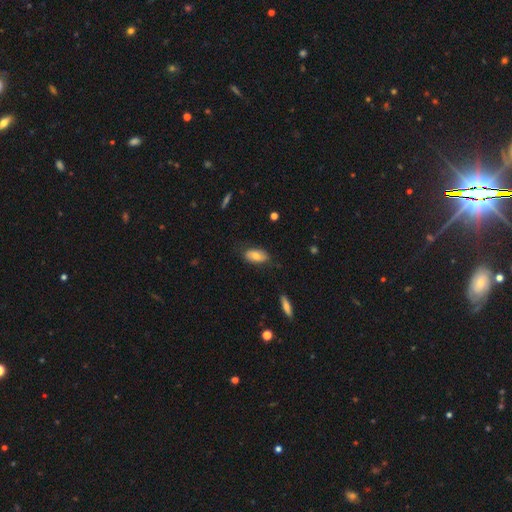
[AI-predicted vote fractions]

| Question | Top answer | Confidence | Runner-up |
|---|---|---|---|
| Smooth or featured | smooth | 73% | featured or disk (20%) |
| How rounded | in between | 90% | cigar-shaped (7%) |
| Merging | none | 70% | minor disturbance (23%) |